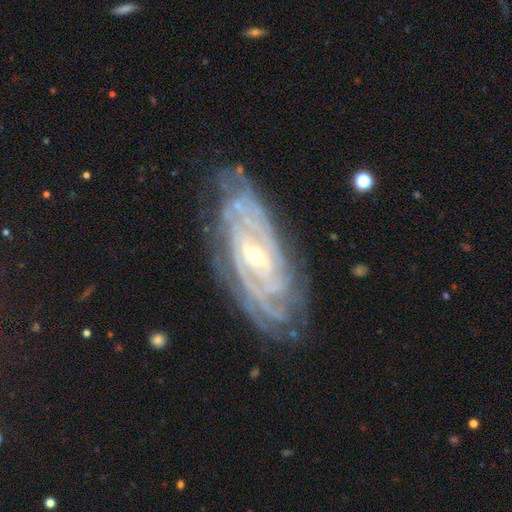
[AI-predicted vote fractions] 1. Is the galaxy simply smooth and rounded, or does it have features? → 90% featured or disk, 5% star or artifact, 5% smooth.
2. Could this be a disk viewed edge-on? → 91% no, 9% yes.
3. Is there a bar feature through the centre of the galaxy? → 38% weak, 35% no, 27% strong.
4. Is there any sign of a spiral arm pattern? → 97% yes, 3% no.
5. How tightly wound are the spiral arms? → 82% tight, 15% medium, 3% loose.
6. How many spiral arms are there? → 34% can't tell, 19% 4, 14% 3, 14% 2, 13% more than 4, 7% 1.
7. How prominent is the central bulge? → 56% small, 40% moderate, 2% large, 1% none, 1% dominant.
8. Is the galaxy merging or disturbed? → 77% none, 16% minor disturbance, 5% major disturbance, 1% merger.